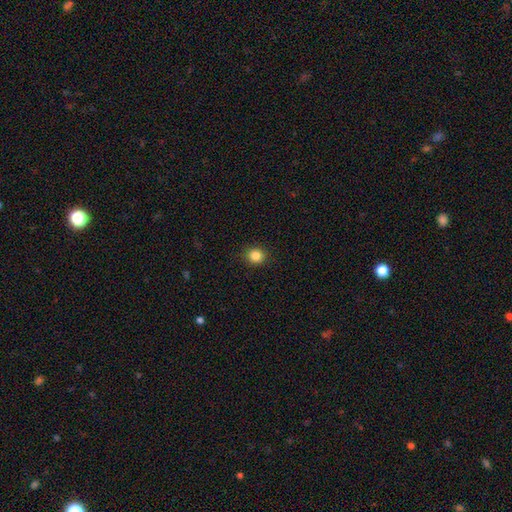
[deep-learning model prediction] smooth_or_featured: smooth (p=0.84) [alt: star or artifact p=0.11]
how_rounded: round (p=0.86) [alt: in between p=0.13]
merging: none (p=0.91) [alt: minor disturbance p=0.06]